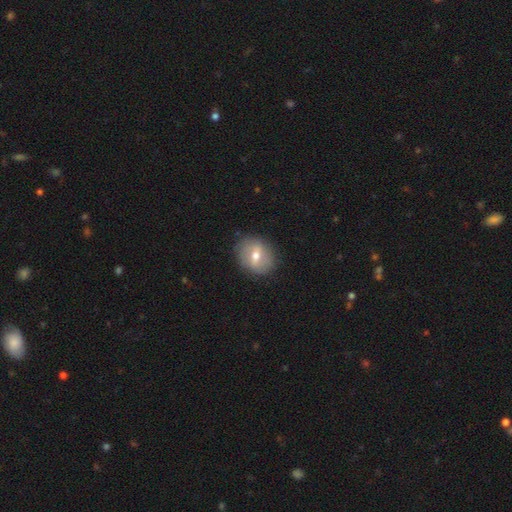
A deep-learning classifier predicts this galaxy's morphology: Overall: featured or disk (47%; smooth 45%). Merging: none (84%).